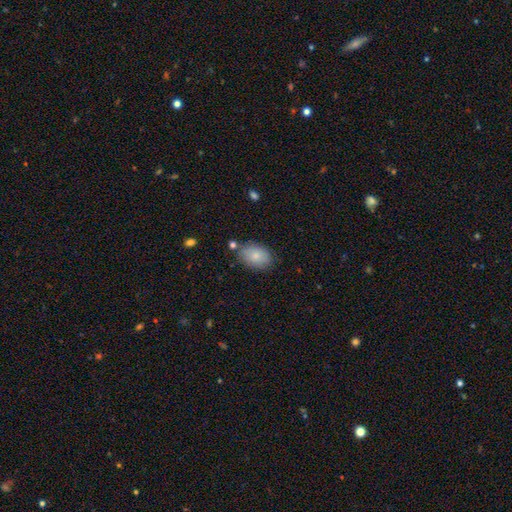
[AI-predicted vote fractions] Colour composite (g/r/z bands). It shows a smooth galaxy with no disk features (81%) that is in between round and cigar-shaped (87%). Merging: none (77%).